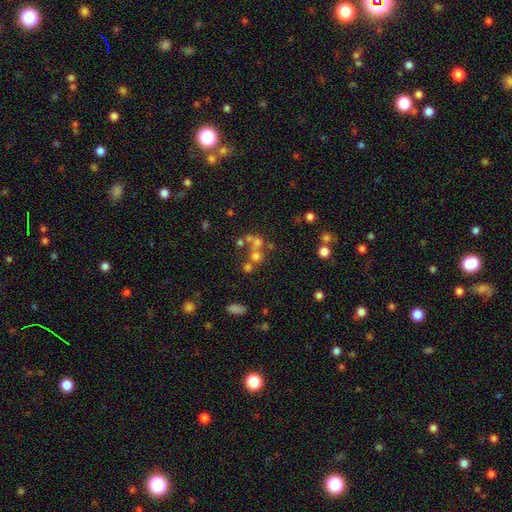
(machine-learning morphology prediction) Smooth or featured? Predicted: smooth (p=0.54). How rounded? Predicted: round (p=0.80). Merging? Predicted: merger (p=0.44).